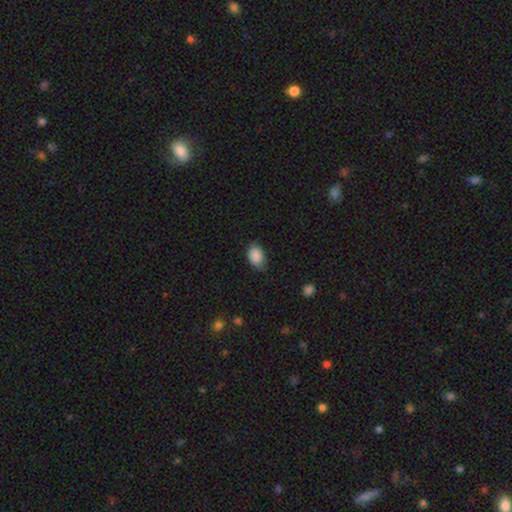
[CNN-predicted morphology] type=smooth (88%); roundness=in between (81%); merging=none (68%).